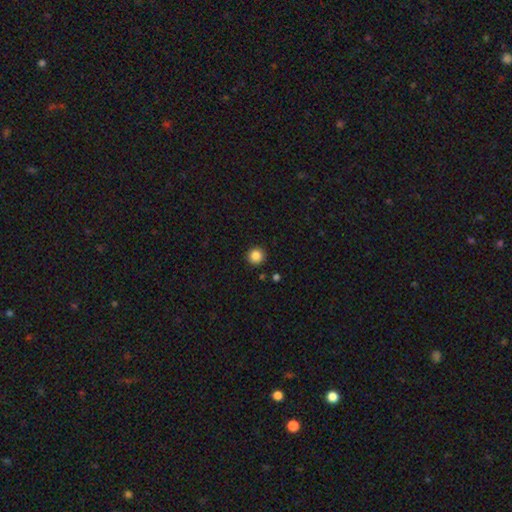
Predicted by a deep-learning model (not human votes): smooth_or_featured: smooth (p=0.86) [alt: star or artifact p=0.10]
how_rounded: round (p=0.95) [alt: in between p=0.04]
merging: none (p=0.92) [alt: minor disturbance p=0.05]